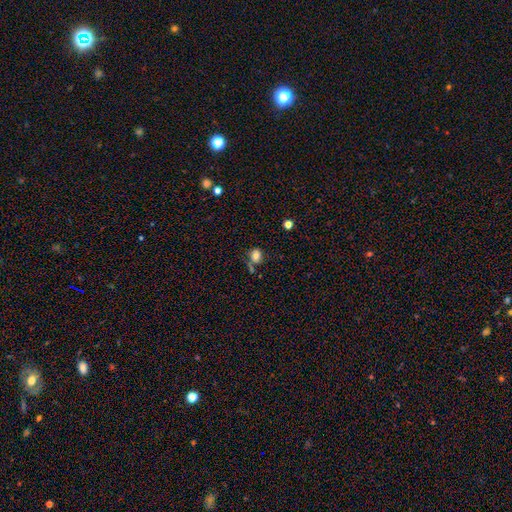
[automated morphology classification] Smooth or featured?
  - smooth: 77% *
  - star or artifact: 12%
  - featured or disk: 11%
How rounded?
  - round: 59% *
  - in between: 39%
  - cigar-shaped: 1%
Merging?
  - none: 56% *
  - minor disturbance: 20%
  - merger: 15%
  - major disturbance: 9%